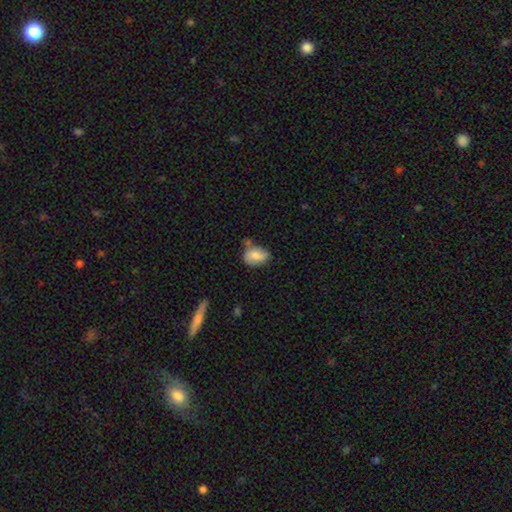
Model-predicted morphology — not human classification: smooth-or-featured: smooth: 74% | featured or disk: 19% | star or artifact: 7%
  how-rounded: in between: 78% | round: 21% | cigar-shaped: 1%
  merging: none: 54% | minor disturbance: 28% | merger: 12% | major disturbance: 6%